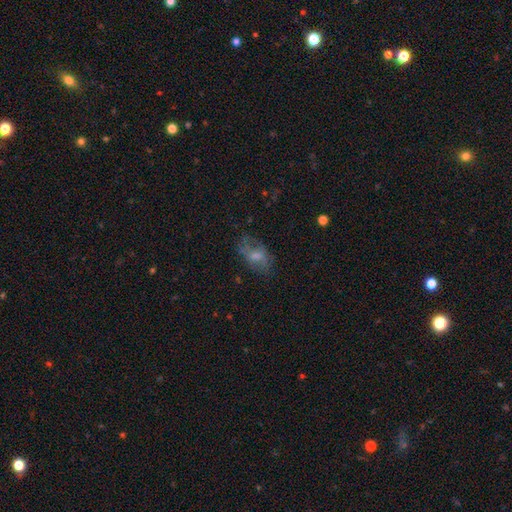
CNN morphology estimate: A smooth galaxy with no disk features (43%). Merging: none (59%).